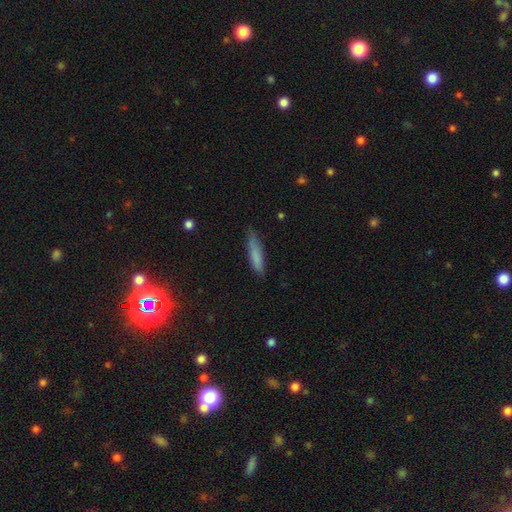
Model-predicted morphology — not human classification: Smooth or featured?
  - smooth: 80% *
  - featured or disk: 13%
  - star or artifact: 7%
How rounded?
  - cigar-shaped: 82% *
  - in between: 16%
  - round: 1%
Merging?
  - none: 79% *
  - minor disturbance: 16%
  - major disturbance: 3%
  - merger: 1%